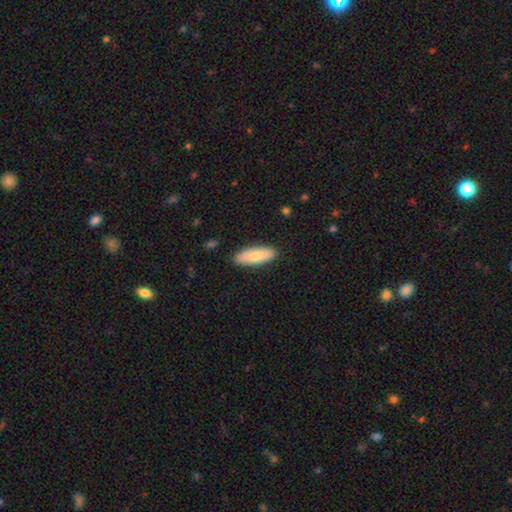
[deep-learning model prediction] The model was most divided on "how rounded": in between: 69%, cigar-shaped: 29%, round: 2%. More confident: merging — none (88%); smooth or featured — smooth (77%).